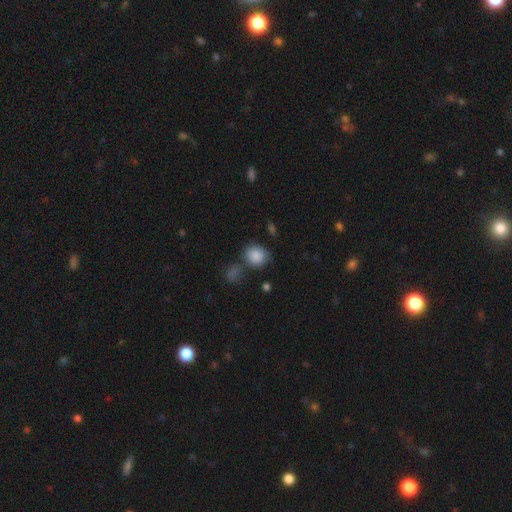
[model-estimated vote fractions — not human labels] Overall: smooth (87%). How rounded: round (70%). Merging: none (59%).